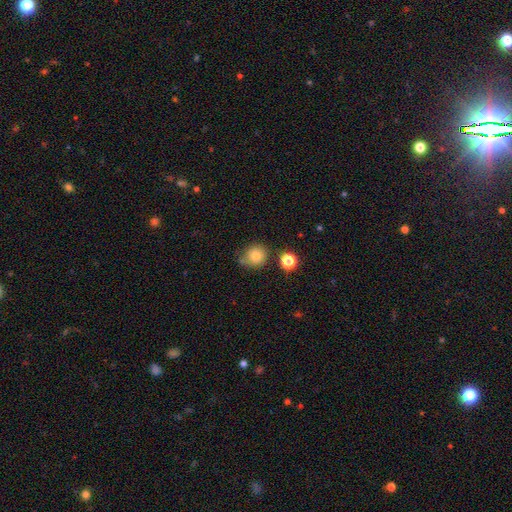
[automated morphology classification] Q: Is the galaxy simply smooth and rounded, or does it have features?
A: smooth — 80%.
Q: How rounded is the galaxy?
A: round — 88%.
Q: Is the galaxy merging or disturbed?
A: none — 68%.